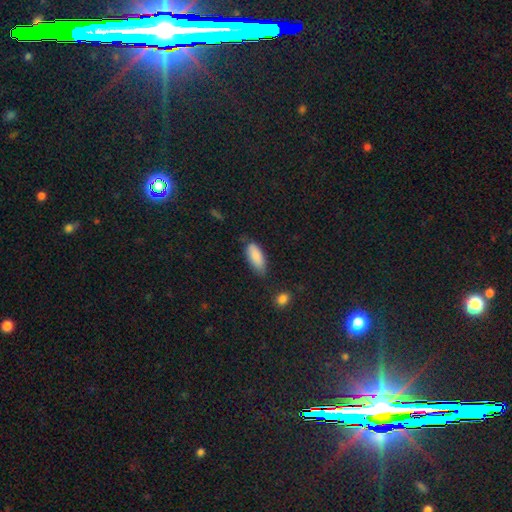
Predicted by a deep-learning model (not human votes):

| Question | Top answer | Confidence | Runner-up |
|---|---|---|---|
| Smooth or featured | smooth | 86% | featured or disk (7%) |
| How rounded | in between | 82% | cigar-shaped (16%) |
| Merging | none | 64% | minor disturbance (27%) |